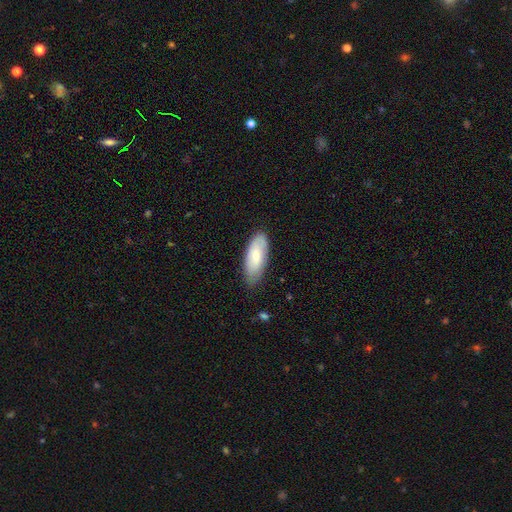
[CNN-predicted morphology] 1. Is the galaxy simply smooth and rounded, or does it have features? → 68% smooth, 27% featured or disk, 6% star or artifact.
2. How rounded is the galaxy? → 83% in between, 15% cigar-shaped, 2% round.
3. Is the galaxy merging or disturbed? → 73% none, 22% minor disturbance, 4% major disturbance, 1% merger.